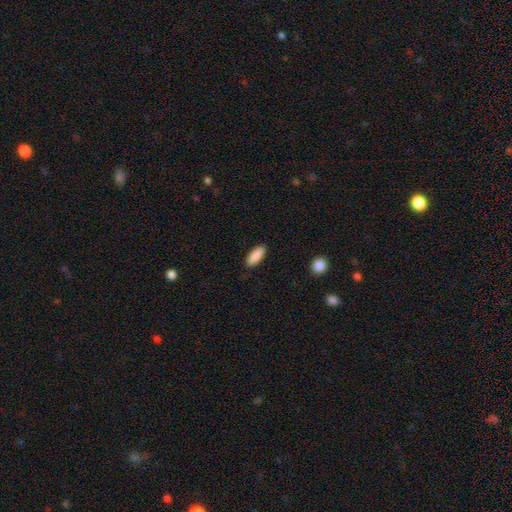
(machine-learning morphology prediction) A smooth galaxy with no disk features (88%) that is in between round and cigar-shaped (79%).

Vote fractions:
- Smooth or featured? smooth: 88% / star or artifact: 6% / featured or disk: 5%
- How rounded? in between: 79% / cigar-shaped: 20% / round: 2%
- Merging? none: 89% / minor disturbance: 8% / major disturbance: 2% / merger: 1%